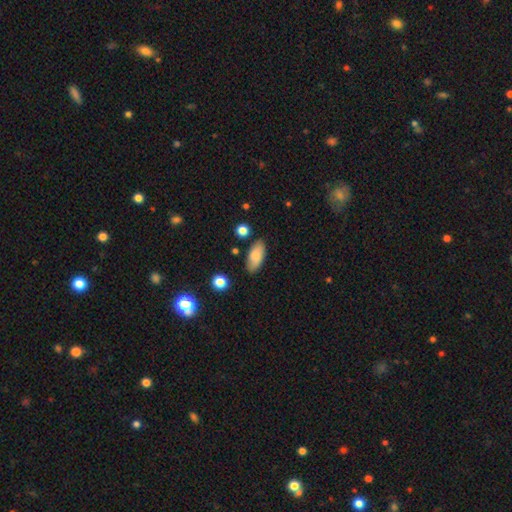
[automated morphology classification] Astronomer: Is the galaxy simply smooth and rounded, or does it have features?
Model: smooth — 81%.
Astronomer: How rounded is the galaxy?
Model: in between — 88%.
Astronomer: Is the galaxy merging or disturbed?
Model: none — 82%.